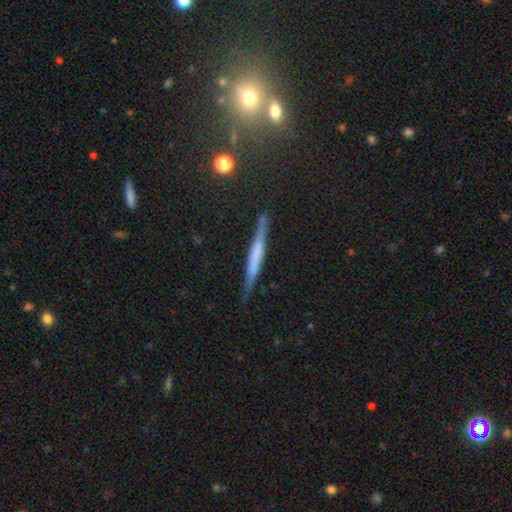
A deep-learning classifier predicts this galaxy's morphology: Smooth or featured? Predicted: featured or disk (p=0.53). Edge-on disk? Predicted: yes (p=0.95). Edge-on bulge? Predicted: none (p=0.51). Merging? Predicted: none (p=0.84).